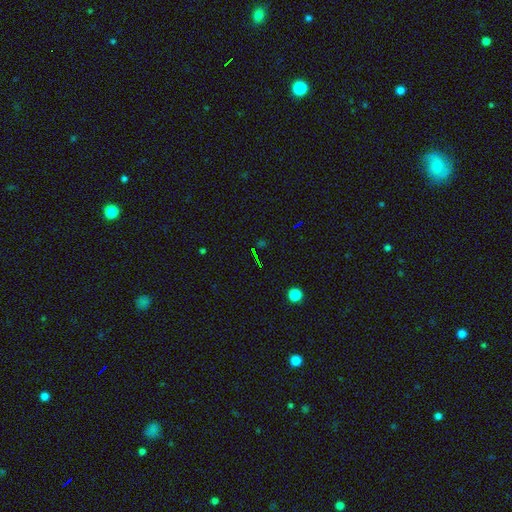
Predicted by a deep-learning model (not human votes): star or artifact 74%, smooth 16%, featured or disk 10%.